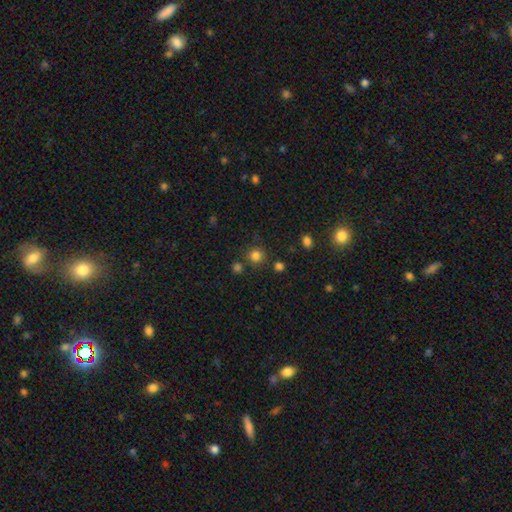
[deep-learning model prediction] This appears to be a smooth galaxy with no disk features (80%) that is round (91%). Merging: none (79%).